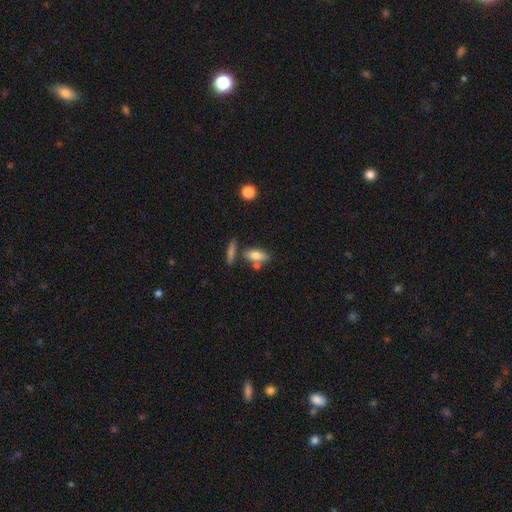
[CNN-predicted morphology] Smooth or featured? Predicted: smooth (p=0.79). How rounded? Predicted: in between (p=0.83). Merging? Predicted: none (p=0.62).